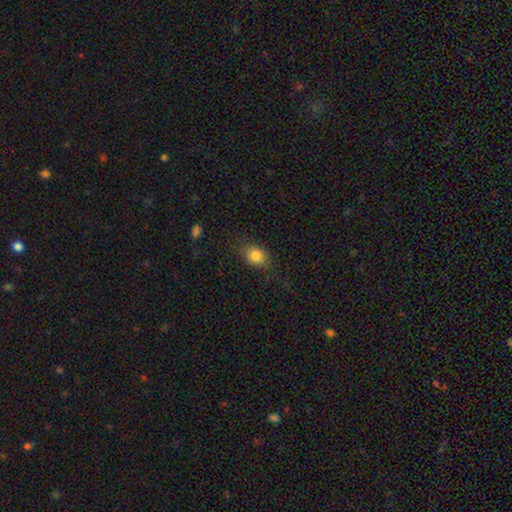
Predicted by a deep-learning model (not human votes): Q: Smooth or featured?
A: smooth (83%); runner-up: star or artifact (9%)
Q: How rounded?
A: in between (71%); runner-up: round (27%)
Q: Merging?
A: none (77%); runner-up: minor disturbance (16%)